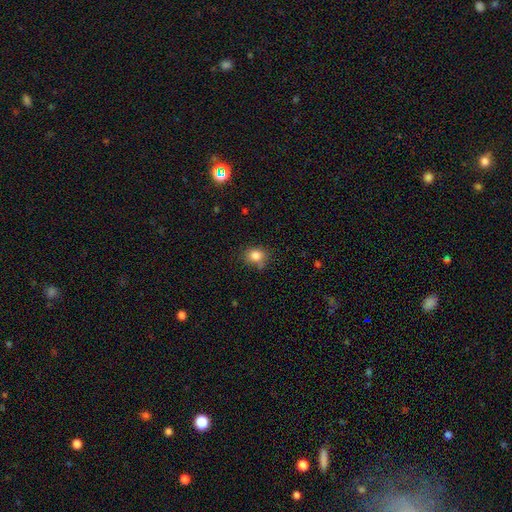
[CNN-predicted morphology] The model was most divided on "how rounded": round: 67%, in between: 33%, cigar-shaped: 1%. More confident: smooth or featured — smooth (84%); merging — none (71%).